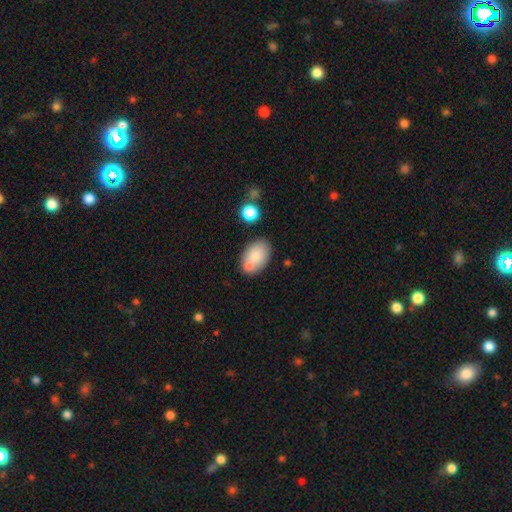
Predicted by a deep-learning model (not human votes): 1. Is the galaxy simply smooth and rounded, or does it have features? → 79% smooth, 13% featured or disk, 8% star or artifact.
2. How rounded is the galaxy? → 89% in between, 10% round, 1% cigar-shaped.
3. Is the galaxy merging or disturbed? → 61% none, 20% merger, 15% minor disturbance, 4% major disturbance.